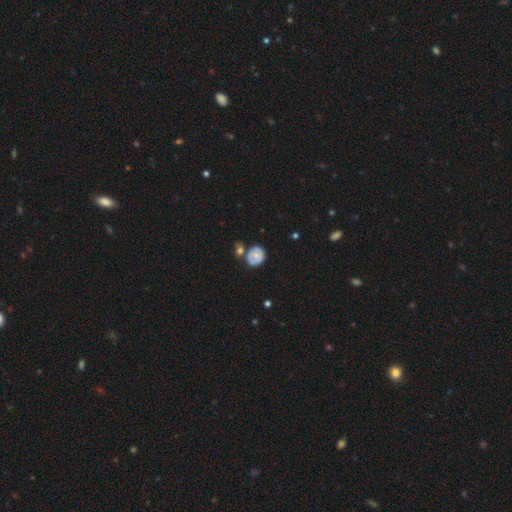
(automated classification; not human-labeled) This is possibly a smooth galaxy (57%). How rounded: likely round (66%). Merging: possibly none (59%).